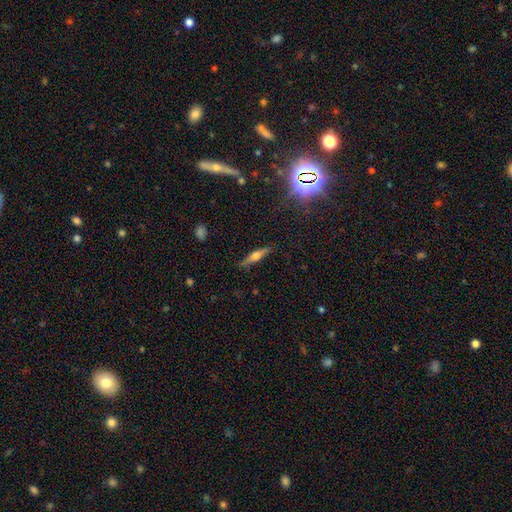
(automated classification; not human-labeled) Smooth or featured: featured or disk — 52% (smooth — 40%)
Edge-on disk: yes — 95% (no — 5%)
Merging: none — 87% (minor disturbance — 10%)